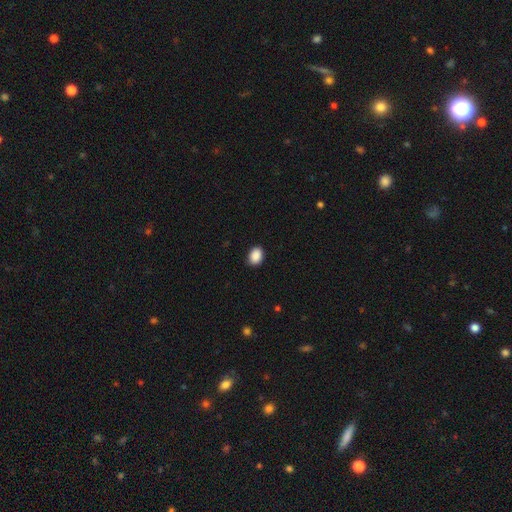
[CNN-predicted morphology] Overall: smooth (90%). How rounded: in between (71%). Merging: none (89%).